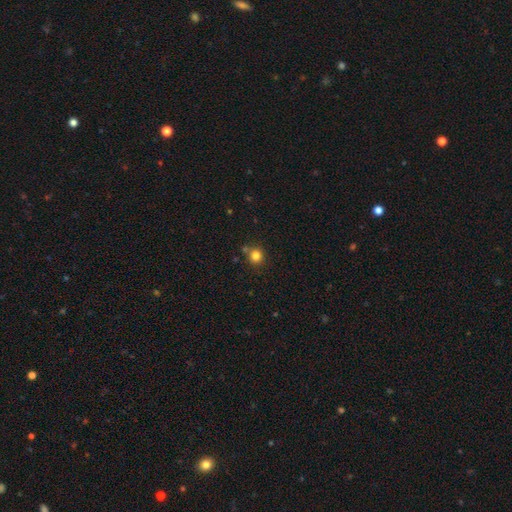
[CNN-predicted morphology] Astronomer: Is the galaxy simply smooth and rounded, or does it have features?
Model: smooth — 82%.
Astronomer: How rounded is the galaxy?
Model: round — 91%.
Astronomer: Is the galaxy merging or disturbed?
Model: none — 76%.